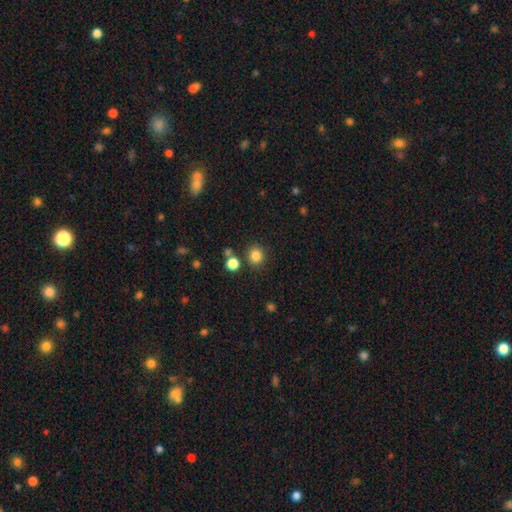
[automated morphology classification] Smooth or featured? smooth (84%)
How rounded? round (87%)
Merging? none (84%)